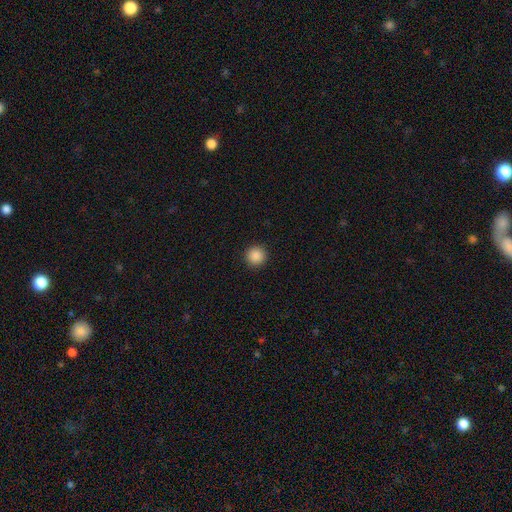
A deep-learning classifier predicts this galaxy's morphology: Q: Smooth or featured?
A: smooth (88%); runner-up: star or artifact (9%)
Q: How rounded?
A: round (95%); runner-up: in between (4%)
Q: Merging?
A: none (93%); runner-up: minor disturbance (4%)